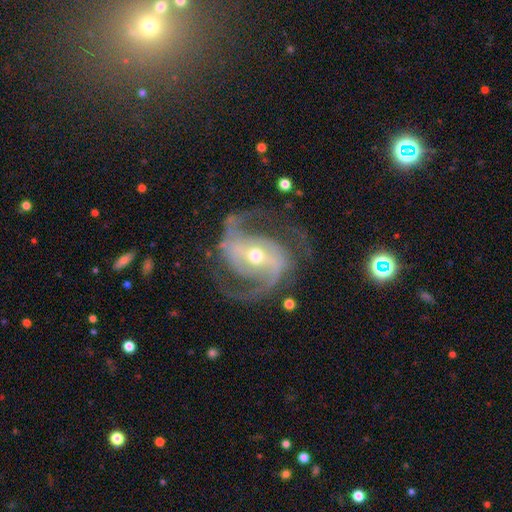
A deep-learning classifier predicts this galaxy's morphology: type=featured or disk (92%); edge-on=no (97%); bar=strong (43%); spiral arms=yes (98%); winding=medium (60%); arm count=2 (90%); bulge=moderate (60%); merging=none (74%).